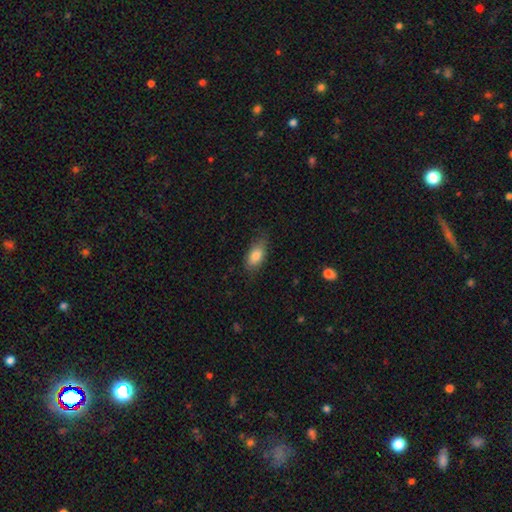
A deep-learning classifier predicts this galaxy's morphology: A smooth galaxy with no disk features (83%) that is in between round and cigar-shaped (89%). Merging: none (70%).